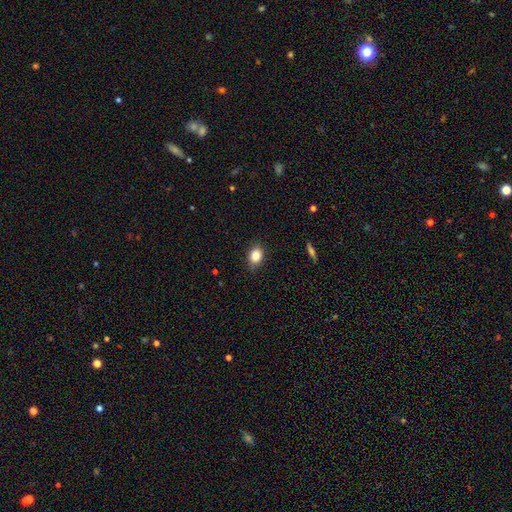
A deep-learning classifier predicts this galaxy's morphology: Smooth or featured? Predicted: smooth (p=0.83). How rounded? Predicted: in between (p=0.58). Merging? Predicted: none (p=0.83).